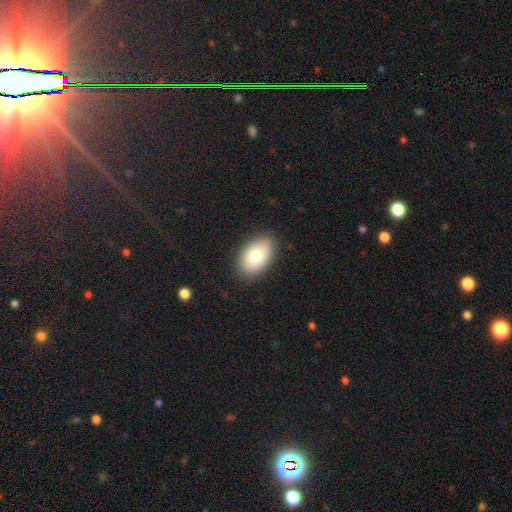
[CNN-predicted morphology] smooth-or-featured: smooth: 78% | featured or disk: 15% | star or artifact: 7%
  how-rounded: in between: 91% | round: 8% | cigar-shaped: 1%
  merging: none: 85% | minor disturbance: 12% | major disturbance: 3% | merger: 1%